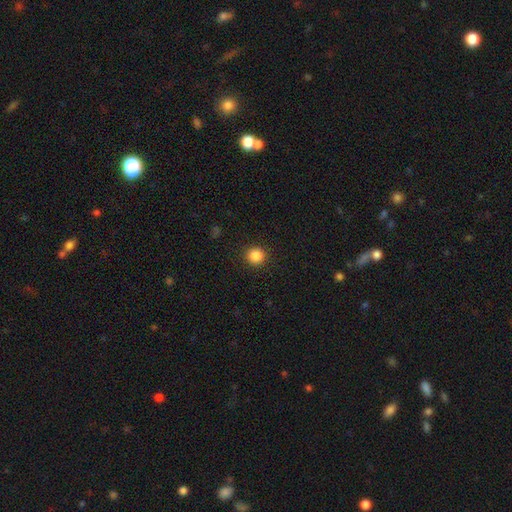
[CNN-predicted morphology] This appears to be a smooth galaxy with no disk features (86%) that is round (94%). Merging: none (92%).